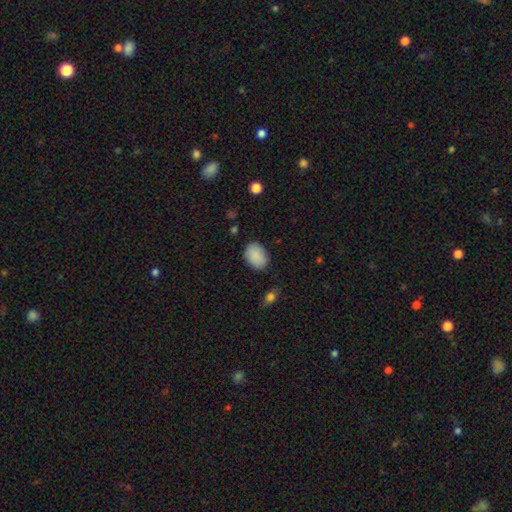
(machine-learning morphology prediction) The model was most divided on "how rounded": in between: 79%, round: 20%, cigar-shaped: 1%. More confident: smooth or featured — smooth (89%); merging — none (83%).